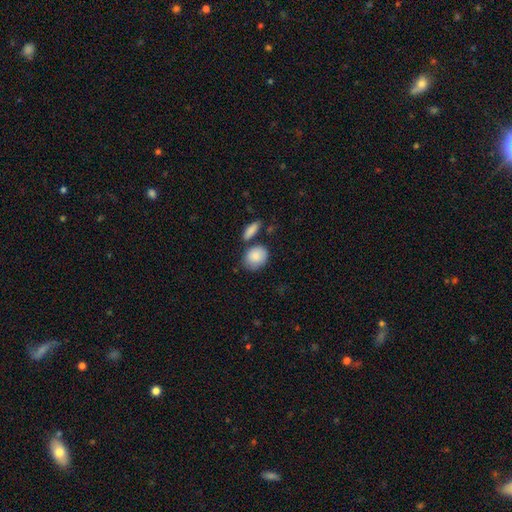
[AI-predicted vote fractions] smooth-or-featured: smooth: 86% | featured or disk: 7% | star or artifact: 6%
  how-rounded: round: 55% | in between: 44% | cigar-shaped: 2%
  merging: none: 62% | minor disturbance: 18% | merger: 15% | major disturbance: 5%